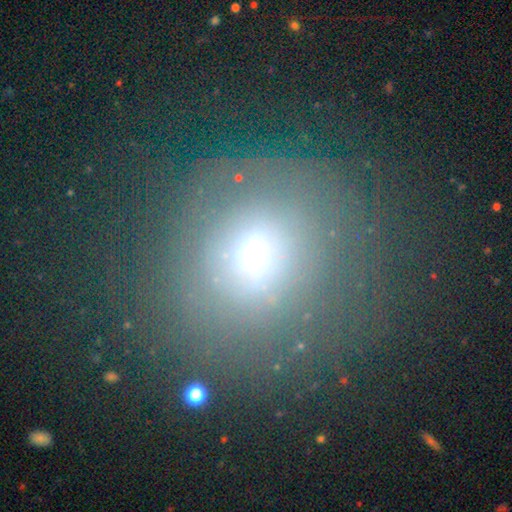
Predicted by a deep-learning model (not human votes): Q: Smooth or featured?
A: smooth (54%); runner-up: featured or disk (27%)
Q: How rounded?
A: round (84%); runner-up: in between (15%)
Q: Merging?
A: none (63%); runner-up: major disturbance (18%)